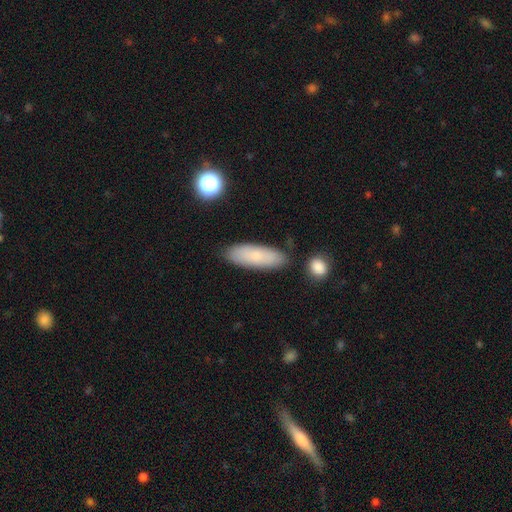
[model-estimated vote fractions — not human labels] This is likely a smooth galaxy (78%). How rounded: possibly in between (55%). Merging: clearly none (83%).